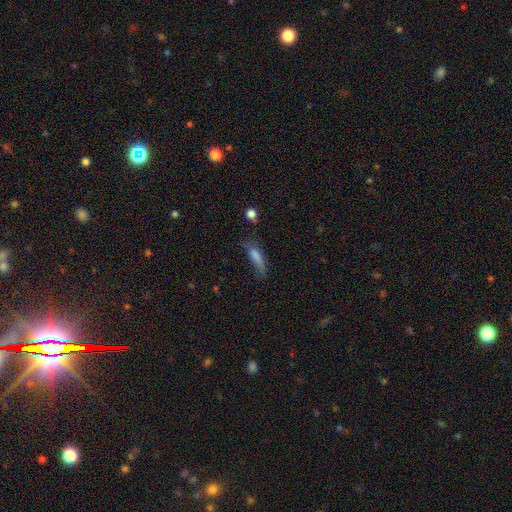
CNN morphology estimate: type=smooth (73%); roundness=cigar-shaped (61%); merging=none (43%).